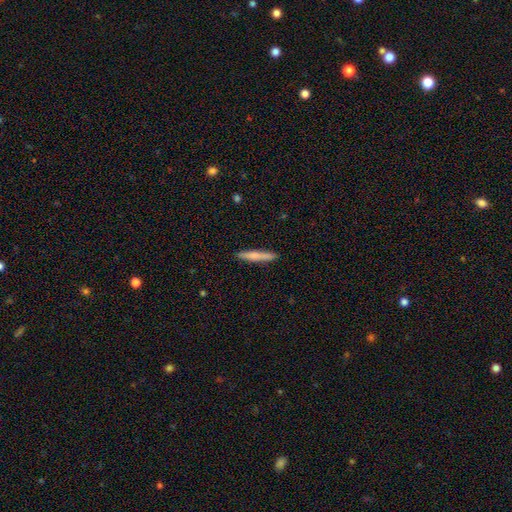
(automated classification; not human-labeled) A smooth galaxy with no disk features (67%) that is cigar-shaped (95%).

Vote fractions:
- Smooth or featured? smooth: 67% / featured or disk: 27% / star or artifact: 6%
- How rounded? cigar-shaped: 95% / in between: 4% / round: 1%
- Merging? none: 91% / minor disturbance: 7% / major disturbance: 1% / merger: 1%